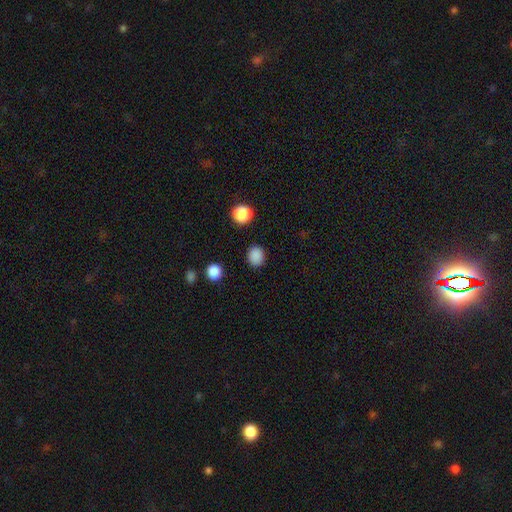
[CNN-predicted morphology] Q: Smooth or featured?
A: smooth (86%); runner-up: star or artifact (11%)
Q: How rounded?
A: round (68%); runner-up: in between (31%)
Q: Merging?
A: none (88%); runner-up: minor disturbance (7%)